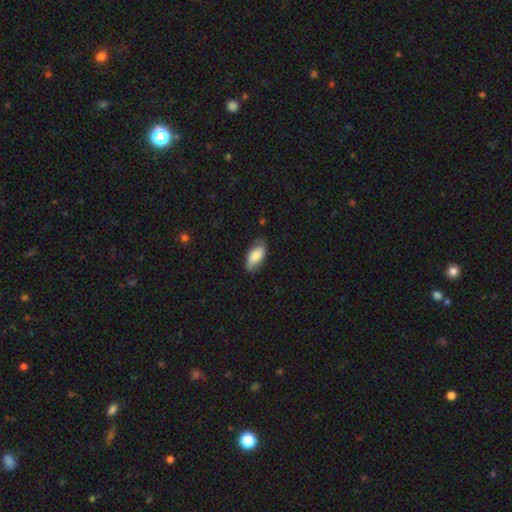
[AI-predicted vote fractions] The model was most divided on "smooth or featured": smooth: 75%, featured or disk: 19%, star or artifact: 6%. More confident: how rounded — in between (91%); merging — none (77%).